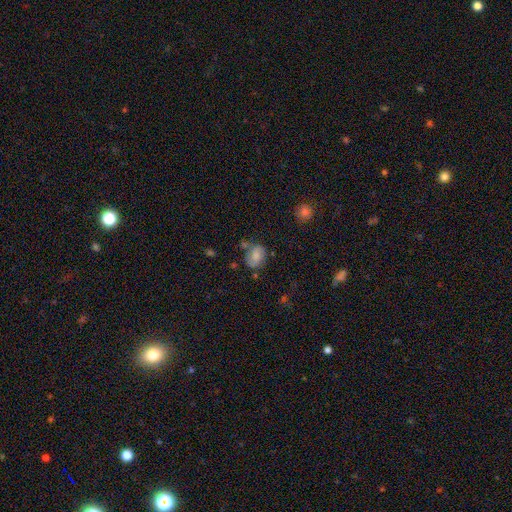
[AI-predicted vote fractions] Smooth or featured? smooth (60%)
How rounded? in between (56%)
Merging? none (52%)